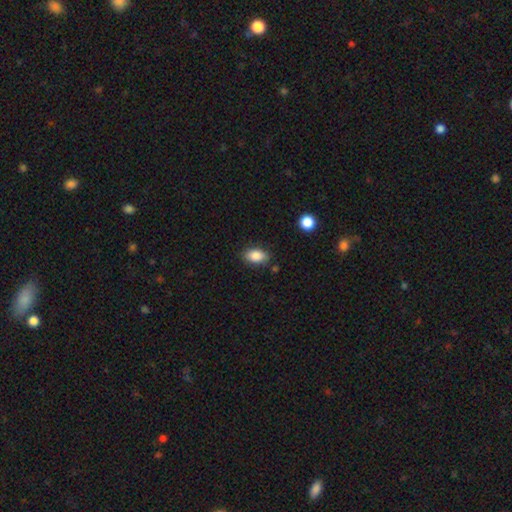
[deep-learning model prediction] smooth_or_featured: smooth (p=0.86) [alt: star or artifact p=0.08]
how_rounded: in between (p=0.89) [alt: round p=0.08]
merging: none (p=0.83) [alt: minor disturbance p=0.12]